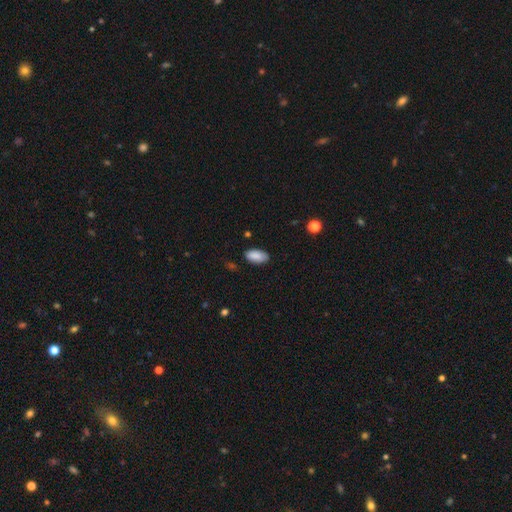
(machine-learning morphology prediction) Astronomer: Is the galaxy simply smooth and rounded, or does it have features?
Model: smooth — 88%.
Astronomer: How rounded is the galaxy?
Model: in between — 93%.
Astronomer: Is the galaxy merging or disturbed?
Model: none — 82%.